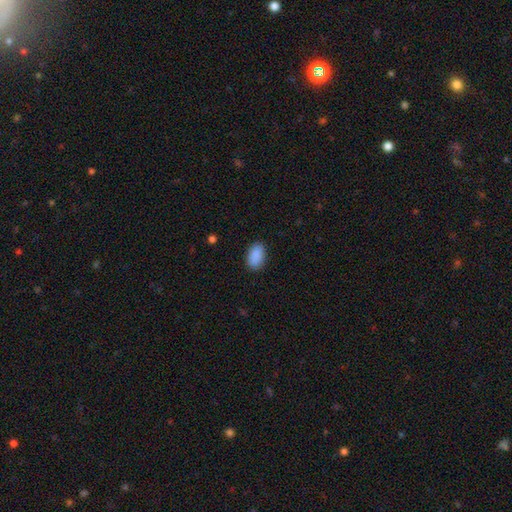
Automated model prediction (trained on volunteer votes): A smooth galaxy with no disk features (90%) that is in between round and cigar-shaped (93%). Merging: none (87%).